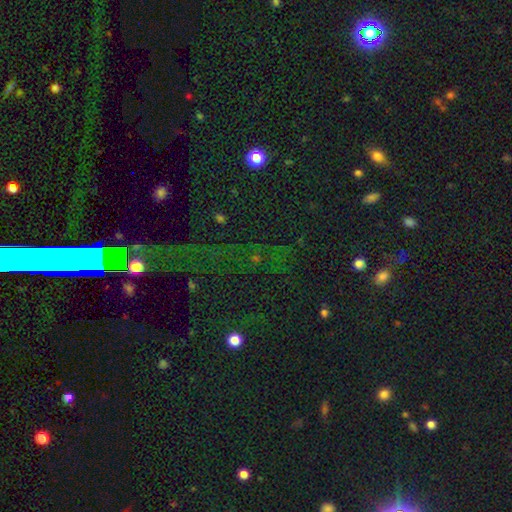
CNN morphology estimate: The model was most divided on "smooth or featured": star or artifact: 73%, smooth: 17%, featured or disk: 10%.